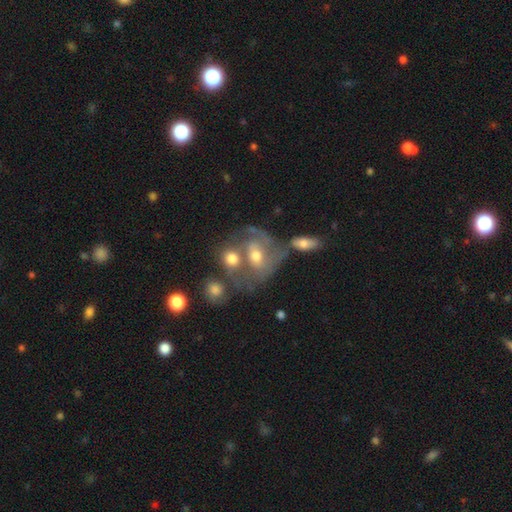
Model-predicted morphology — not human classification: Smooth or featured: featured or disk — 62% (smooth — 27%)
Edge-on disk: no — 95% (yes — 5%)
Bar: no — 58% (weak — 31%)
Spiral arms: yes — 62% (no — 38%)
Bulge size: moderate — 62% (small — 27%)
Merging: merger — 42% (none — 31%)